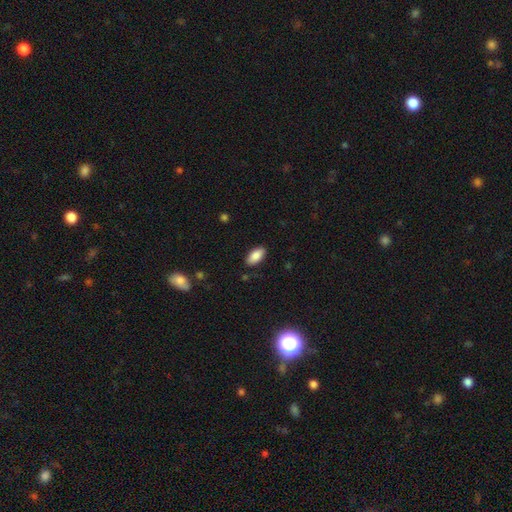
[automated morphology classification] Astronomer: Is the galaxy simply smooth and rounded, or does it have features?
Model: smooth — 86%.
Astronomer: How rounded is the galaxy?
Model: in between — 91%.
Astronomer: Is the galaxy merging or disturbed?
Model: none — 87%.